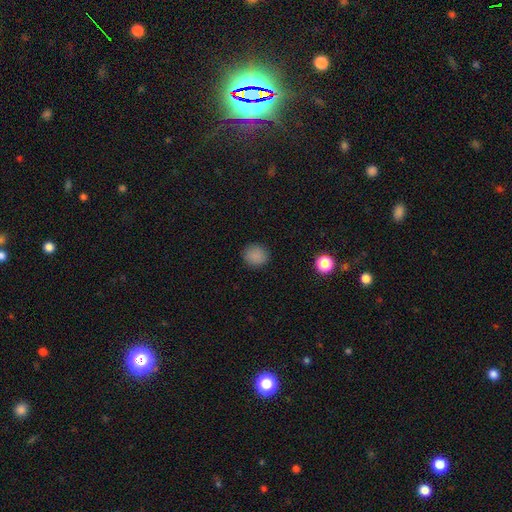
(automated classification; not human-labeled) Overall: smooth (86%). How rounded: round (89%). Merging: none (90%).